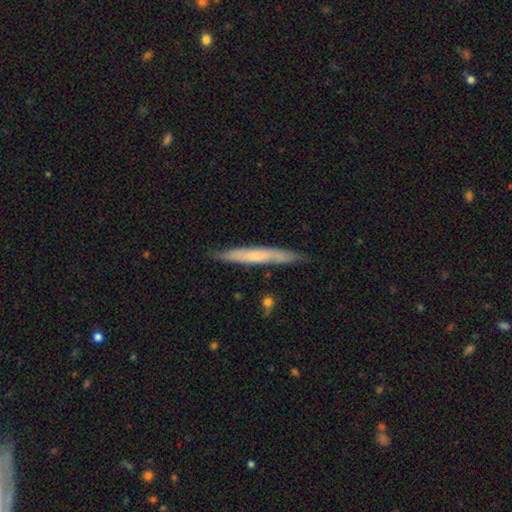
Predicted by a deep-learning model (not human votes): Overall: smooth (52%; featured or disk 42%). How rounded: cigar-shaped (95%). Merging: none (83%).